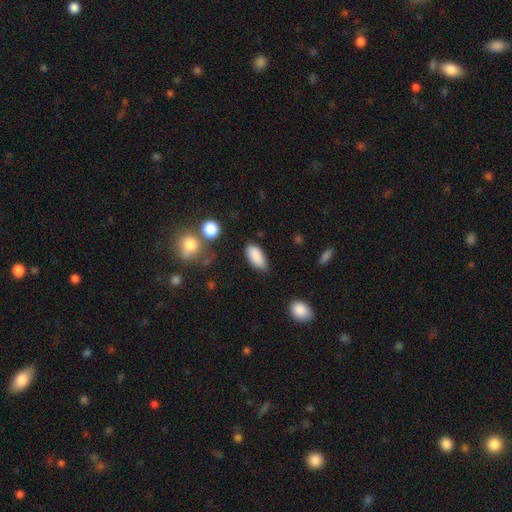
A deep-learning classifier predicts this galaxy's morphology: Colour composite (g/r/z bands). It shows a smooth galaxy with no disk features (88%) that is in between round and cigar-shaped (90%). Merging: none (73%).